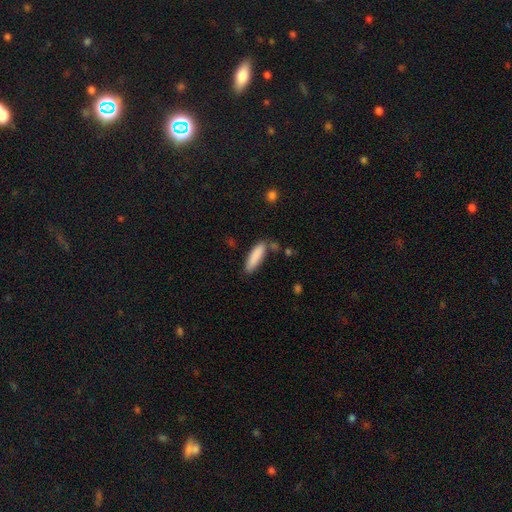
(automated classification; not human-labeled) smooth-or-featured: smooth: 87% | featured or disk: 7% | star or artifact: 6%
  how-rounded: cigar-shaped: 66% | in between: 32% | round: 1%
  merging: none: 75% | minor disturbance: 16% | merger: 5% | major disturbance: 4%